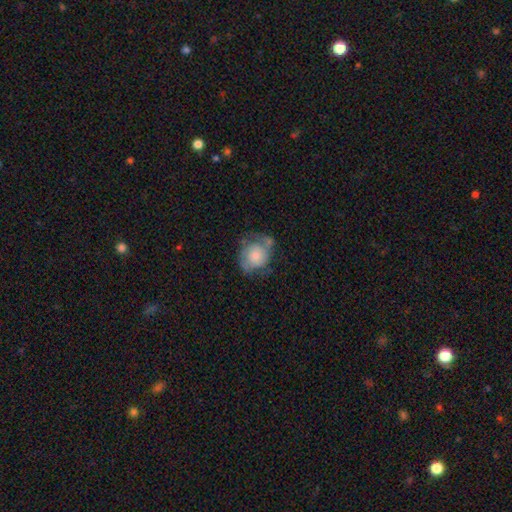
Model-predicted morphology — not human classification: Overall: smooth (51%; featured or disk 41%). How rounded: round (70%). Merging: none (42%; minor disturbance 30%).